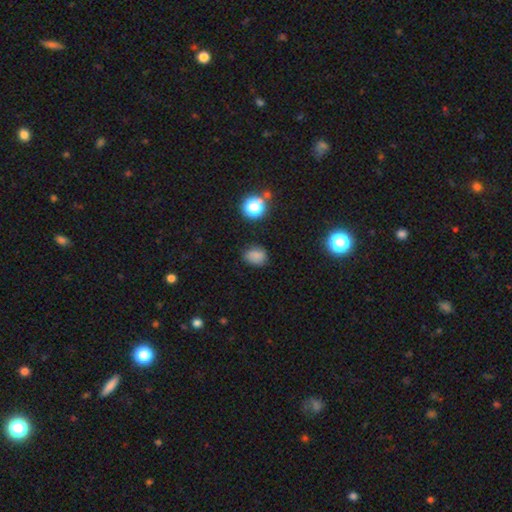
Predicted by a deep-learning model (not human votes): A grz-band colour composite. It shows a smooth galaxy with no disk features (79%) that is in between round and cigar-shaped (60%). Merging: none (76%).